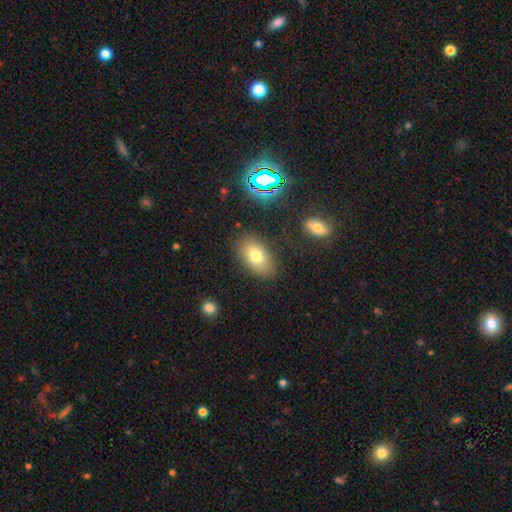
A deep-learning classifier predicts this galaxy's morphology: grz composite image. It shows a smooth galaxy with no disk features (74%) that is in between round and cigar-shaped (89%). Merging: none (83%).